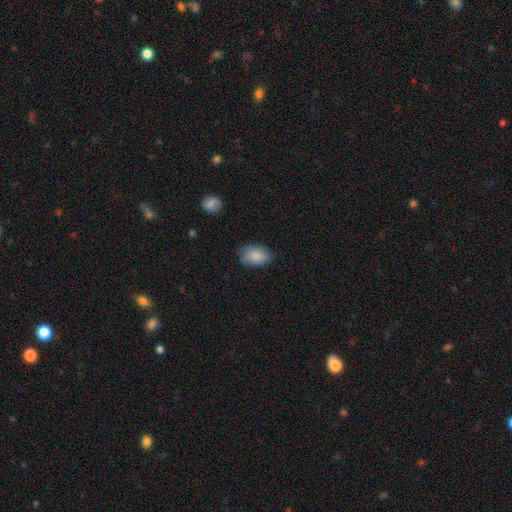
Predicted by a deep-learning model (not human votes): Smooth or featured: smooth — 87% (featured or disk — 7%)
How rounded: in between — 89% (round — 10%)
Merging: none — 74% (minor disturbance — 20%)